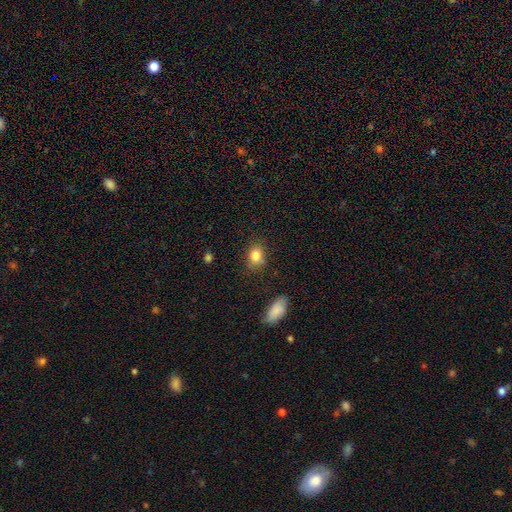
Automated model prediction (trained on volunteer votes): Smooth or featured? smooth (83%)
How rounded? in between (60%)
Merging? none (76%)